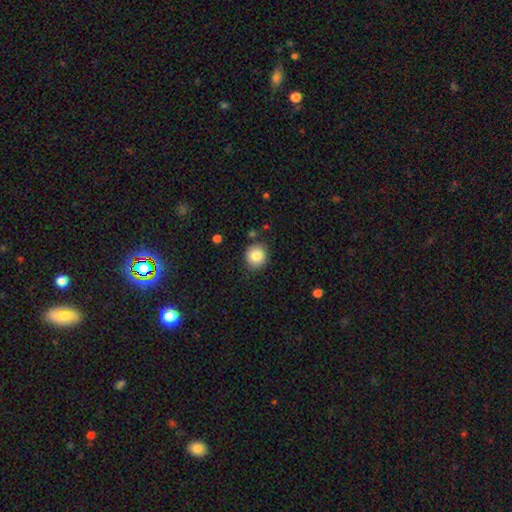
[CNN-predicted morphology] Smooth or featured: smooth — 84% (star or artifact — 9%)
How rounded: round — 88% (in between — 11%)
Merging: none — 86% (minor disturbance — 9%)